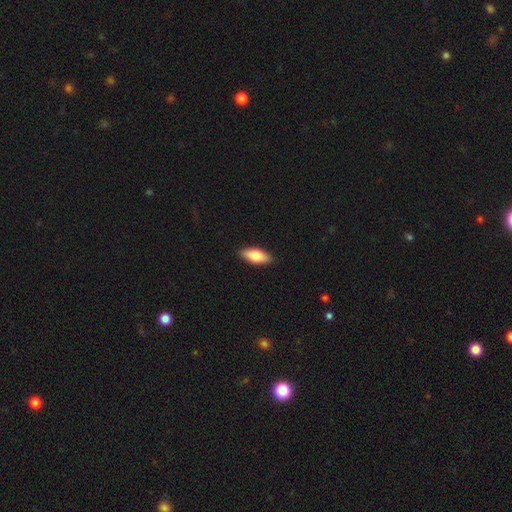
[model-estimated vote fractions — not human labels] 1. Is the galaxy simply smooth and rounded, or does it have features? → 78% smooth, 16% featured or disk, 6% star or artifact.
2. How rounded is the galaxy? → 80% in between, 18% cigar-shaped, 2% round.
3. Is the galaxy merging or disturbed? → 90% none, 8% minor disturbance, 2% major disturbance, 1% merger.